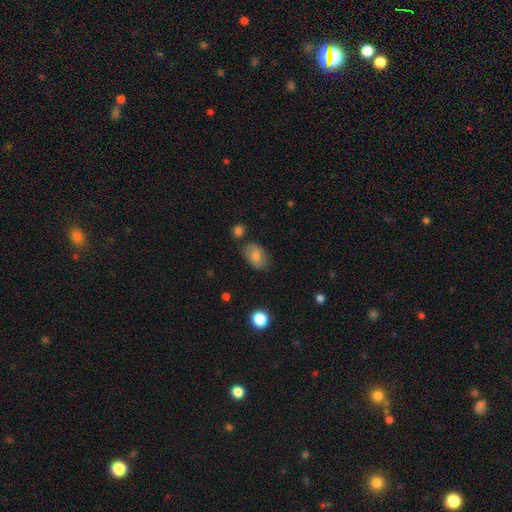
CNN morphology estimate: Smooth or featured: smooth — 76% (featured or disk — 16%)
How rounded: in between — 88% (round — 11%)
Merging: none — 74% (minor disturbance — 17%)